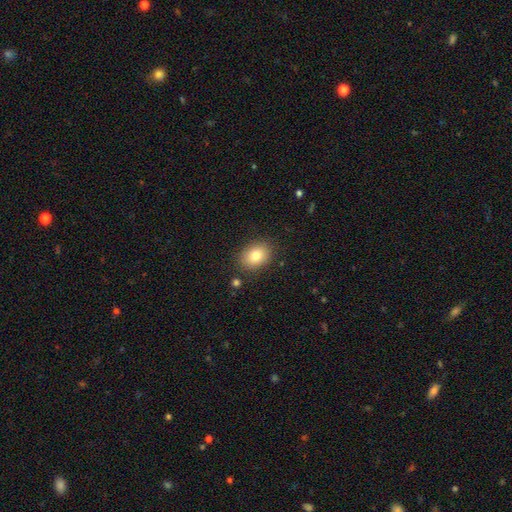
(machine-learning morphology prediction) type=smooth (82%); roundness=in between (67%); merging=none (85%).